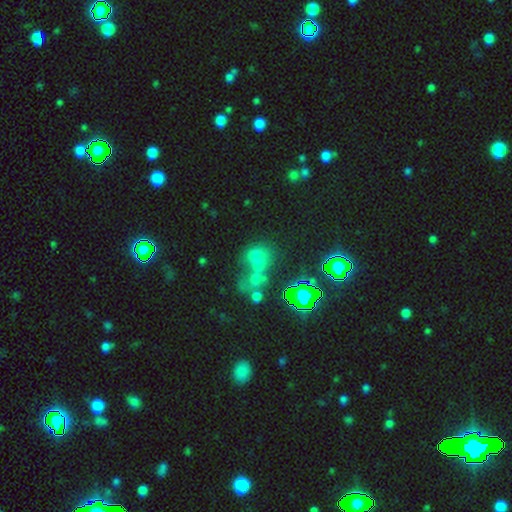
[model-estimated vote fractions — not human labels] smooth-or-featured: smooth: 46% | star or artifact: 36% | featured or disk: 19%
  merging: merger: 52% | none: 32% | minor disturbance: 9% | major disturbance: 7%